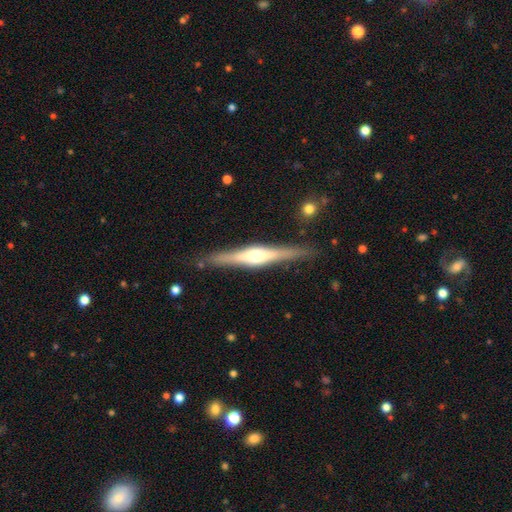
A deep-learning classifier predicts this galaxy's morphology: Smooth or featured?
  - featured or disk: 76% *
  - smooth: 19%
  - star or artifact: 5%
Edge-on disk?
  - yes: 97% *
  - no: 3%
Edge-on bulge?
  - rounded: 87% *
  - boxy: 9%
  - none: 3%
Merging?
  - none: 88% *
  - minor disturbance: 9%
  - major disturbance: 2%
  - merger: 2%